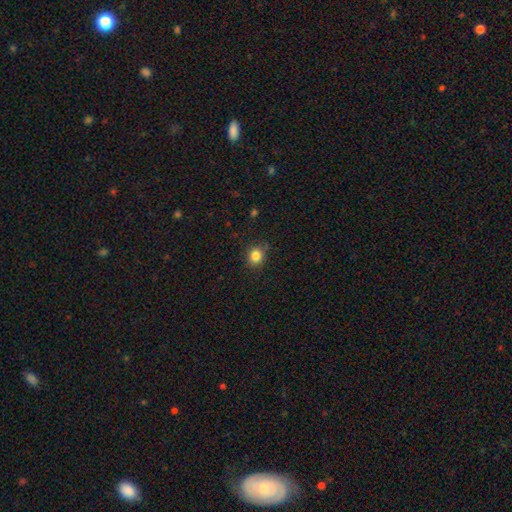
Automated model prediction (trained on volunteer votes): Smooth or featured: smooth — 84% (star or artifact — 11%)
How rounded: round — 79% (in between — 20%)
Merging: none — 85% (minor disturbance — 11%)